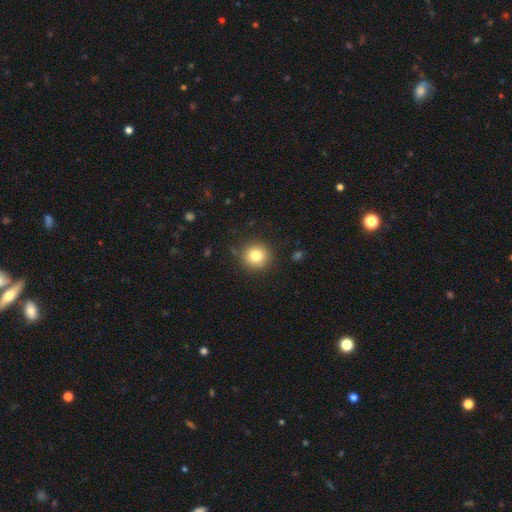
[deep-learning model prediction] This appears to be a smooth galaxy with no disk features (80%) that is round (94%). Merging: none (89%).